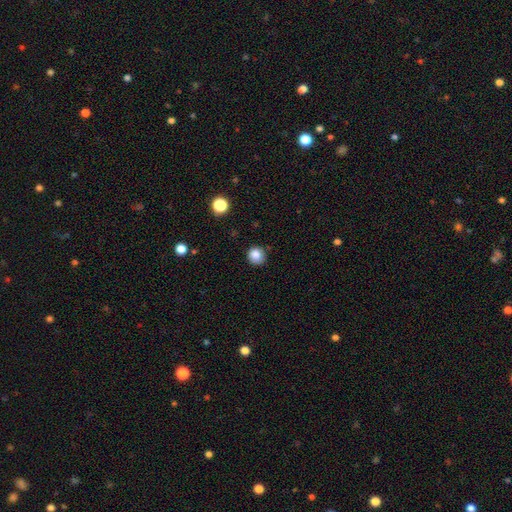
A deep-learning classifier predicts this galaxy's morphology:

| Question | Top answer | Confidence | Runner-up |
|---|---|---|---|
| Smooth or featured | smooth | 85% | star or artifact (11%) |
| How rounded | round | 89% | in between (10%) |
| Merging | none | 85% | minor disturbance (11%) |